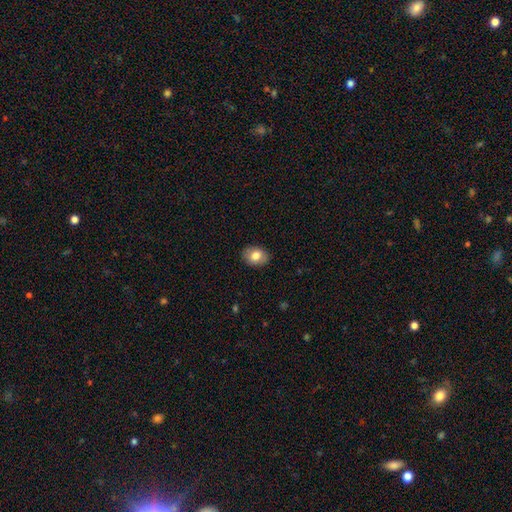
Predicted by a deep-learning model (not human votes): Smooth or featured? Predicted: smooth (p=0.80). How rounded? Predicted: in between (p=0.71). Merging? Predicted: none (p=0.87).